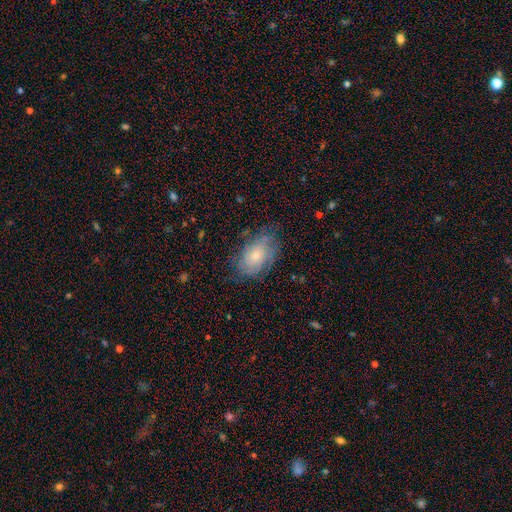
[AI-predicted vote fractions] Morphology: type=smooth (48%); merging=none (64%).